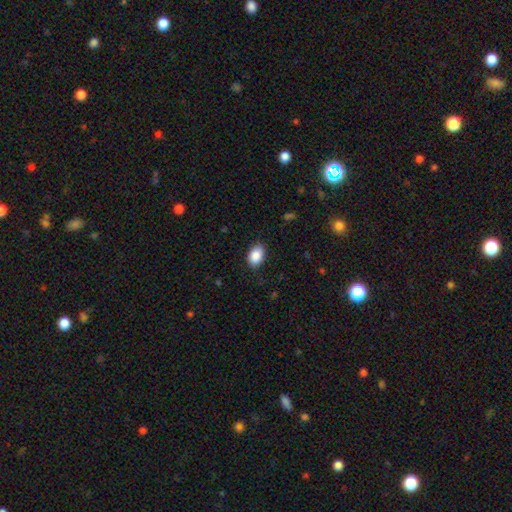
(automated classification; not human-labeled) Q: Smooth or featured?
A: smooth (89%); runner-up: star or artifact (7%)
Q: How rounded?
A: in between (87%); runner-up: round (12%)
Q: Merging?
A: none (85%); runner-up: minor disturbance (12%)